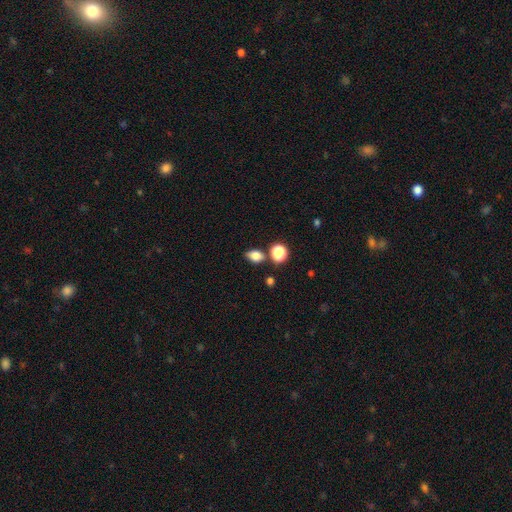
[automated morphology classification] Smooth or featured? smooth (80%)
How rounded? in between (71%)
Merging? none (68%)